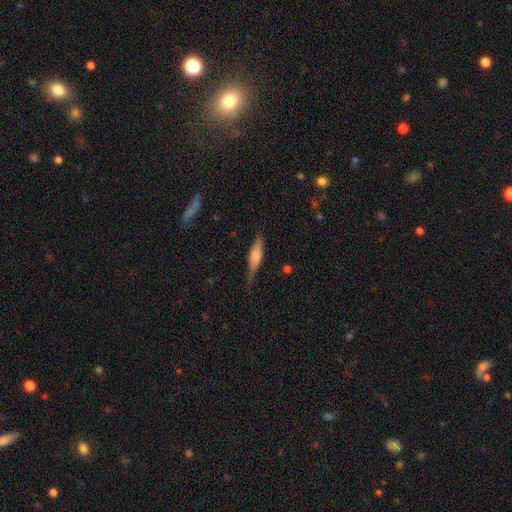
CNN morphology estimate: smooth-or-featured: smooth: 55% | featured or disk: 39% | star or artifact: 6%
  how-rounded: cigar-shaped: 61% | in between: 36% | round: 2%
  merging: none: 68% | minor disturbance: 24% | major disturbance: 6% | merger: 2%